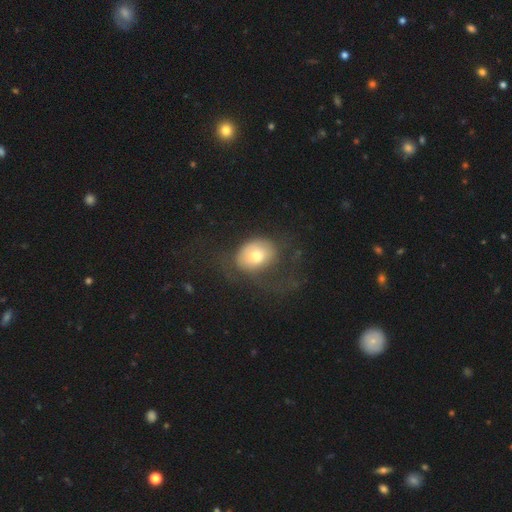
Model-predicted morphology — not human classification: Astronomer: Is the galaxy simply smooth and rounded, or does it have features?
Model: smooth — 62%.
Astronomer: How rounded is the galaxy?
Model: in between — 58% (runner-up: round, 41%).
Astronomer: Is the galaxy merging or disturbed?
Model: major disturbance — 43% (runner-up: none, 33%).